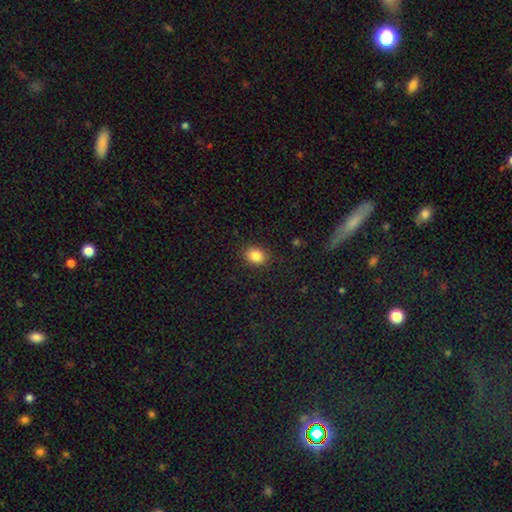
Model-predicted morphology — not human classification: Smooth or featured: smooth — 85% (star or artifact — 10%)
How rounded: in between — 57% (round — 42%)
Merging: none — 88% (minor disturbance — 8%)